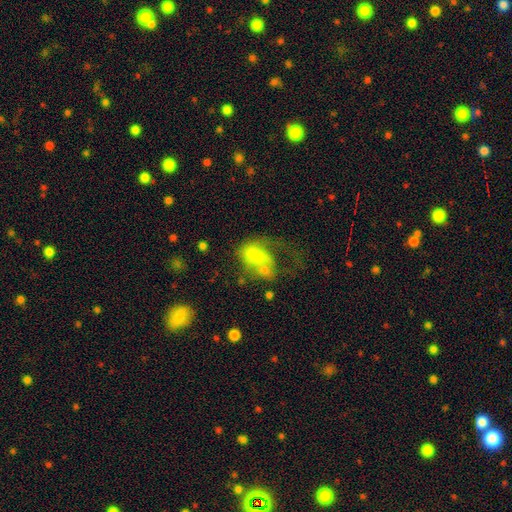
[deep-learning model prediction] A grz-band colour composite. It shows a smooth galaxy with no disk features (54%) that is in between round and cigar-shaped (80%). Merging: major disturbance (35%).